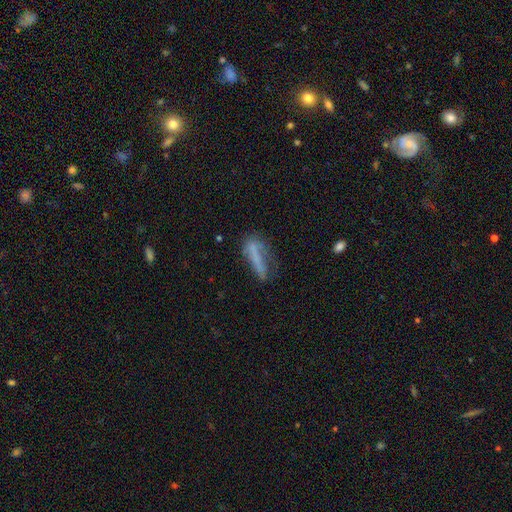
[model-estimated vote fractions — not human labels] Smooth or featured?
  - smooth: 59% *
  - featured or disk: 29%
  - star or artifact: 12%
How rounded?
  - cigar-shaped: 73% *
  - in between: 25%
  - round: 3%
Merging?
  - none: 40% *
  - minor disturbance: 28%
  - major disturbance: 26%
  - merger: 6%